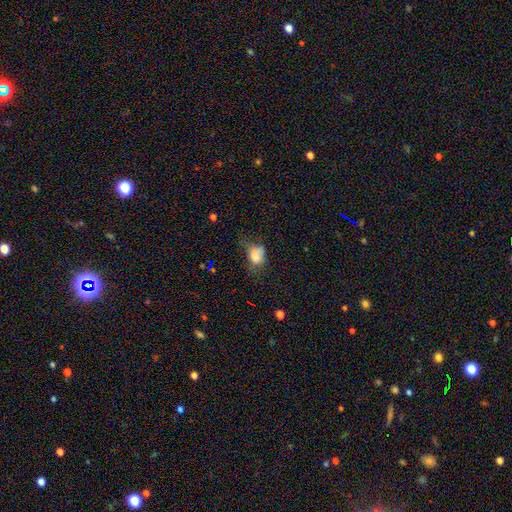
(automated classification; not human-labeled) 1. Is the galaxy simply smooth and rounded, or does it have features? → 73% smooth, 16% featured or disk, 12% star or artifact.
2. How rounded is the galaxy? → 69% in between, 29% round, 2% cigar-shaped.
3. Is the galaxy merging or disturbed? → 33% minor disturbance, 31% major disturbance, 29% none, 7% merger.